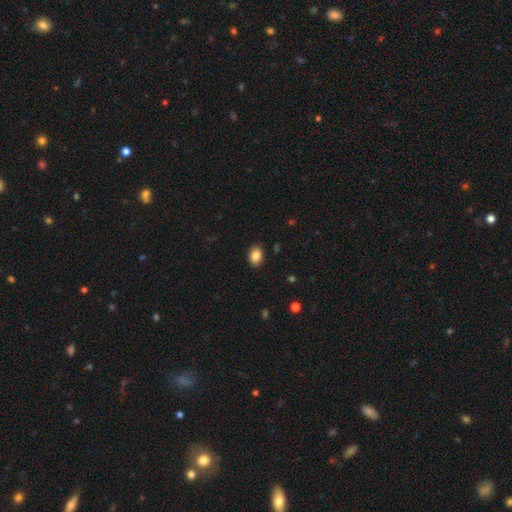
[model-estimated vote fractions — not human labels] smooth 87%, star or artifact 8%, featured or disk 5%. Down the decision tree: how rounded — in between (77%); merging — none (88%).